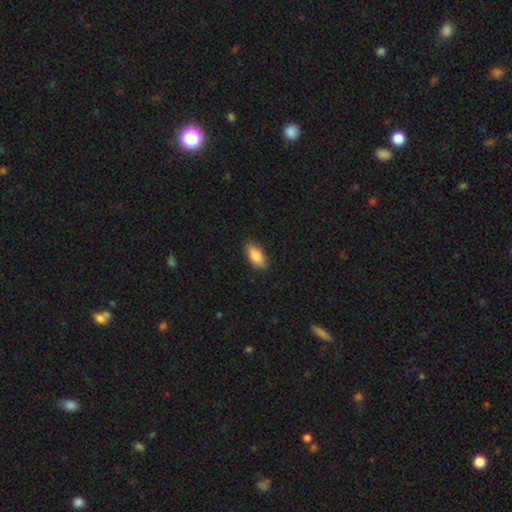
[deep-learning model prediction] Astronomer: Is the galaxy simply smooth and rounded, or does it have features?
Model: smooth — 87%.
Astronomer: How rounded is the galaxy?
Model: in between — 88%.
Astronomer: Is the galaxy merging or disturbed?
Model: none — 88%.